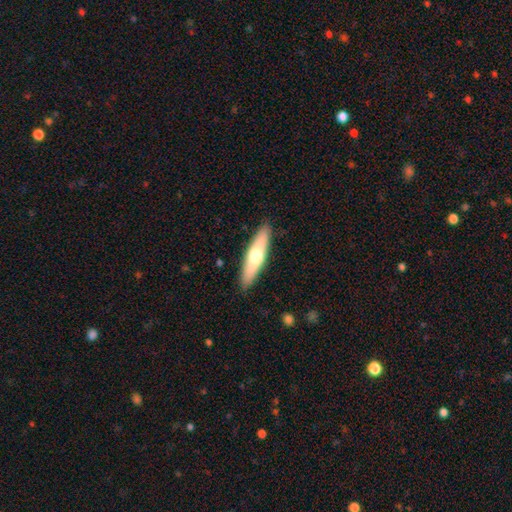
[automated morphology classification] This appears to be a smooth galaxy with no disk features (54%) that is cigar-shaped (73%). Merging: none (90%).